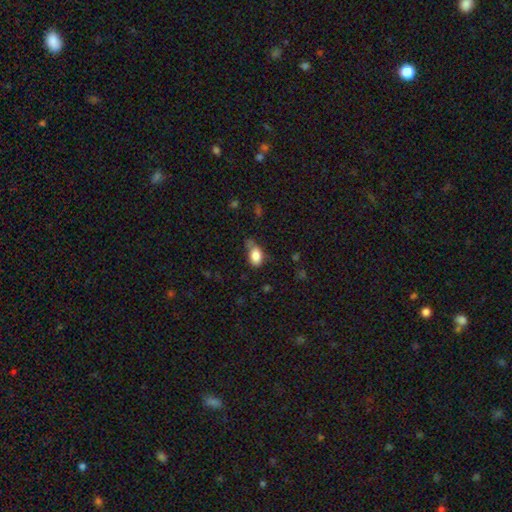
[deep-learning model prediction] smooth-or-featured: smooth: 84% | star or artifact: 8% | featured or disk: 8%
  how-rounded: in between: 86% | round: 12% | cigar-shaped: 2%
  merging: none: 45% | minor disturbance: 36% | major disturbance: 13% | merger: 6%